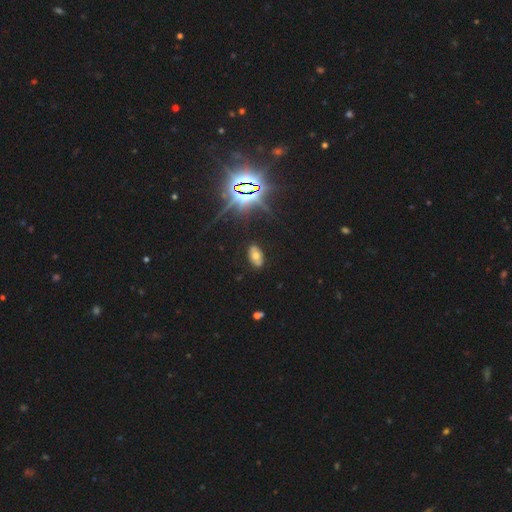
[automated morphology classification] A smooth galaxy with no disk features (50%) that is in between round and cigar-shaped (92%). Merging: none (84%).